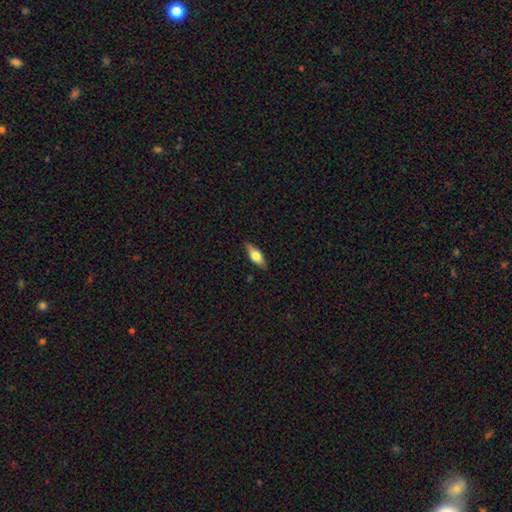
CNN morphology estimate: A smooth galaxy with no disk features (52%) that is in between round and cigar-shaped (66%).

Vote fractions:
- Smooth or featured? smooth: 52% / featured or disk: 41% / star or artifact: 7%
- How rounded? in between: 66% / cigar-shaped: 30% / round: 4%
- Merging? none: 86% / minor disturbance: 11% / major disturbance: 2% / merger: 1%